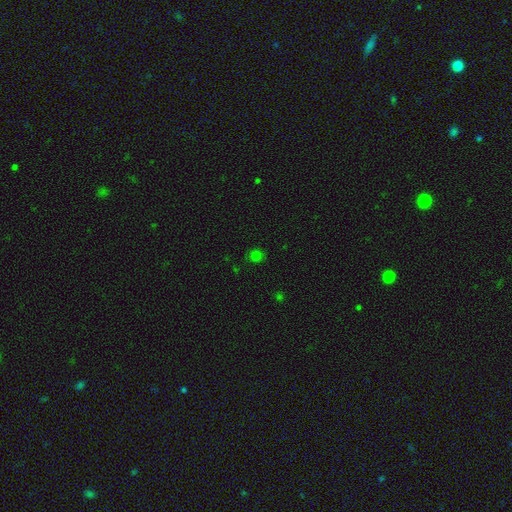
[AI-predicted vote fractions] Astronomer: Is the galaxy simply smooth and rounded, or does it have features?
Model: smooth — 74%.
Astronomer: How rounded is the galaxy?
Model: round — 88%.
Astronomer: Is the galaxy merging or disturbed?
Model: none — 87%.